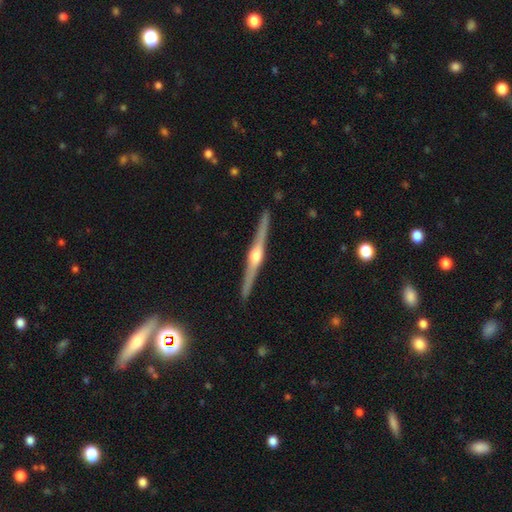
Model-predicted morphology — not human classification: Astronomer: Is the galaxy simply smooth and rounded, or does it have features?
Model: featured or disk — 84%.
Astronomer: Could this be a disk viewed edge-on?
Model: yes — 98%.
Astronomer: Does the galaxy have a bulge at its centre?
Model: rounded — 93%.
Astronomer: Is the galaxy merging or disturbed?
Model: none — 91%.